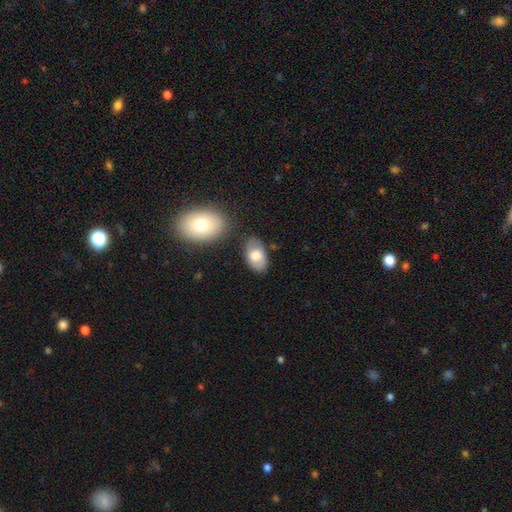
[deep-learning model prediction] Smooth or featured? Predicted: smooth (p=0.69). How rounded? Predicted: in between (p=0.93). Merging? Predicted: none (p=0.72).